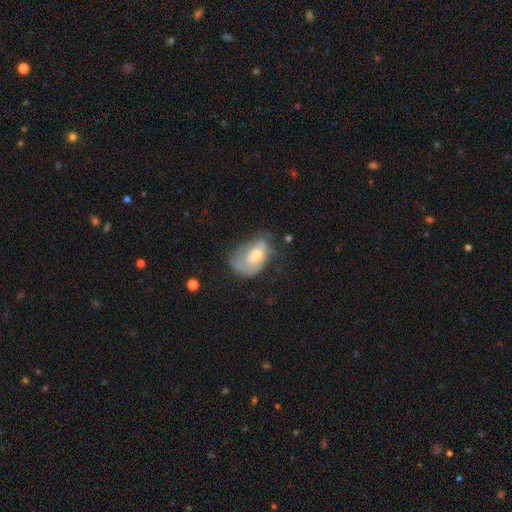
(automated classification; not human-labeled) Overall: featured or disk (48%; smooth 45%). Merging: none (35%; minor disturbance 34%).